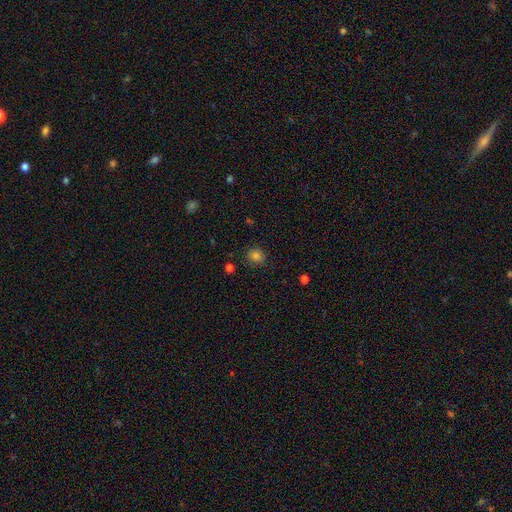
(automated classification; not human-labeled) smooth_or_featured: smooth (p=0.80) [alt: star or artifact p=0.14]
how_rounded: round (p=0.75) [alt: in between p=0.24]
merging: none (p=0.83) [alt: minor disturbance p=0.12]